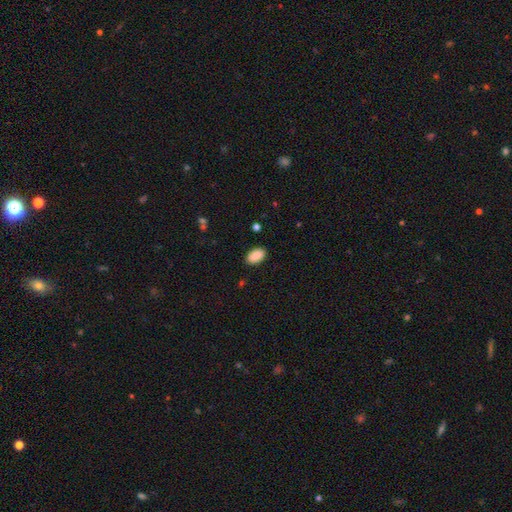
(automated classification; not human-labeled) This is clearly a smooth galaxy (88%). How rounded: clearly in between (94%). Merging: clearly none (88%).